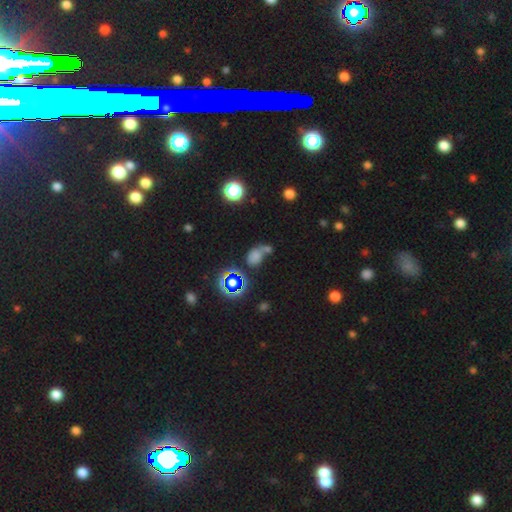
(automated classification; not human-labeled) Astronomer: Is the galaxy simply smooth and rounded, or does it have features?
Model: smooth — 61%.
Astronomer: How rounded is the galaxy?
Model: in between — 57% (runner-up: round, 40%).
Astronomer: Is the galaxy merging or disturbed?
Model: merger — 46% (runner-up: none, 35%).